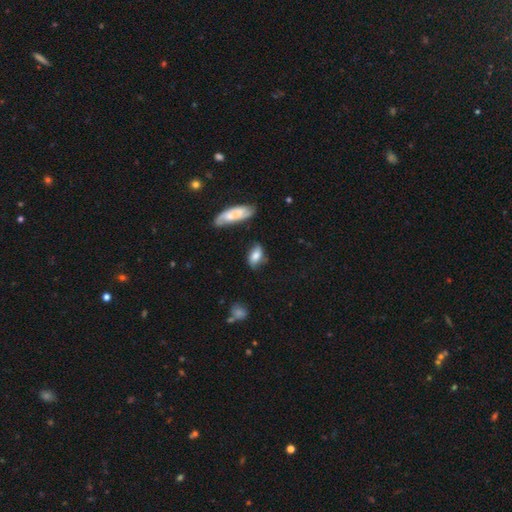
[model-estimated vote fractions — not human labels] This is likely a smooth galaxy (71%). How rounded: clearly in between (86%). Merging: likely none (64%).